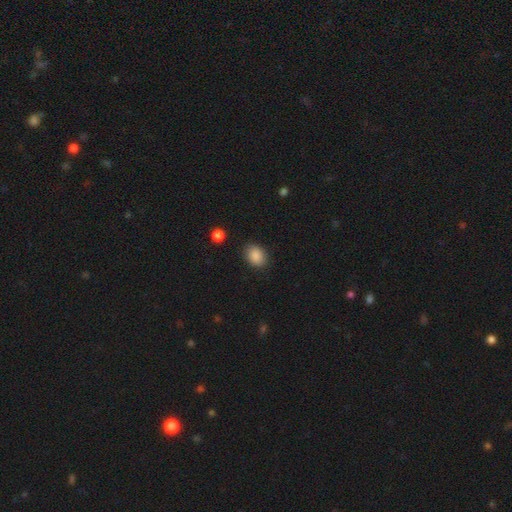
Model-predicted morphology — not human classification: Smooth or featured: smooth — 88% (star or artifact — 8%)
How rounded: in between — 63% (round — 36%)
Merging: none — 87% (minor disturbance — 10%)